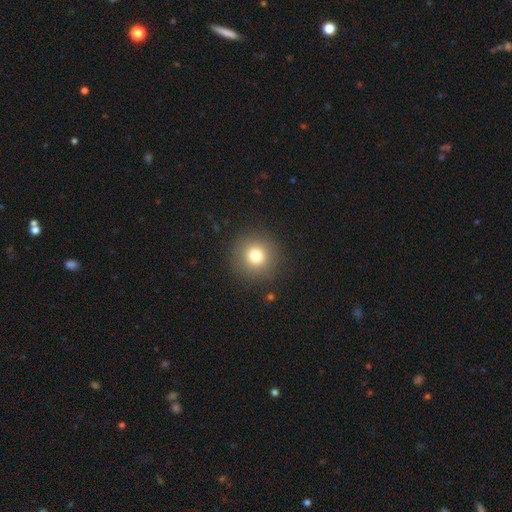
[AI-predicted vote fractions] Morphology: type=smooth (78%); roundness=round (95%); merging=none (90%).